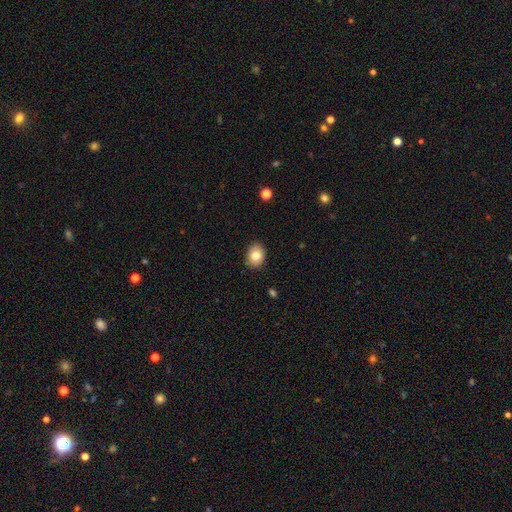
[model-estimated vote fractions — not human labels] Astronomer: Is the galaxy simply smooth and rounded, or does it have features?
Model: smooth — 81%.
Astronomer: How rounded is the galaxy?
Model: in between — 55% (runner-up: round, 45%).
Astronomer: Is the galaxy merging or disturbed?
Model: none — 87%.